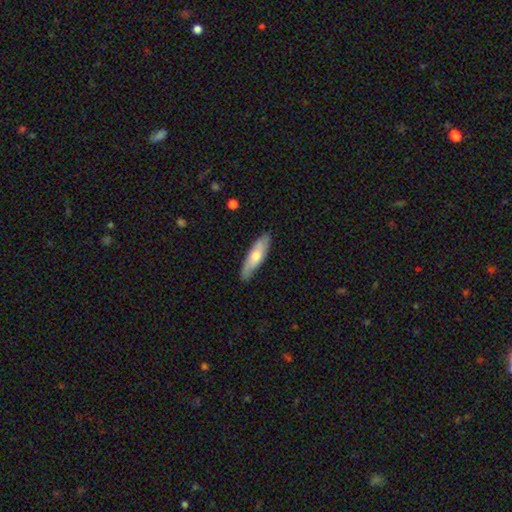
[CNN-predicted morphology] This is likely a smooth galaxy (61%). How rounded: possibly cigar-shaped (60%). Merging: clearly none (82%).